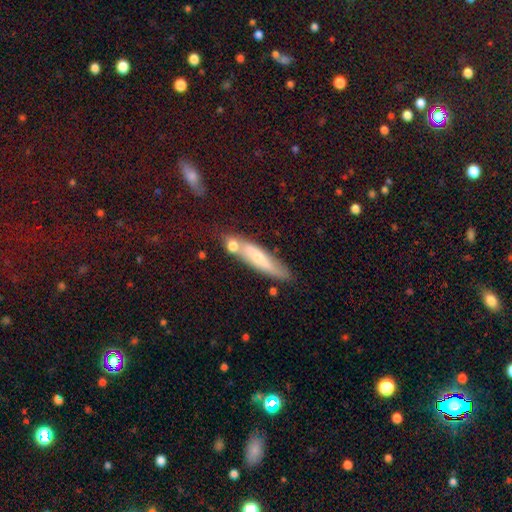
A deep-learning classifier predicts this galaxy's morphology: Smooth or featured: smooth — 59% (featured or disk — 33%)
How rounded: cigar-shaped — 82% (in between — 16%)
Merging: none — 62% (minor disturbance — 18%)